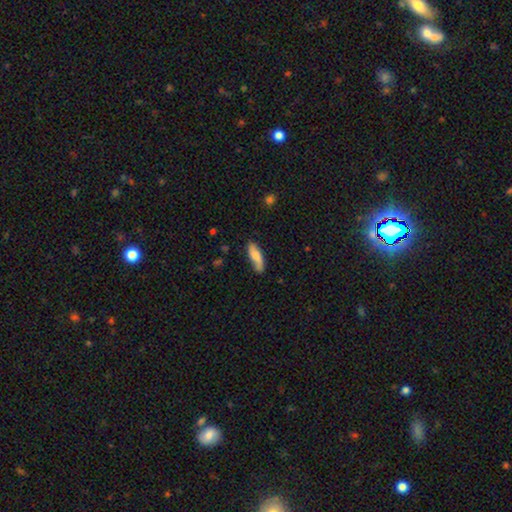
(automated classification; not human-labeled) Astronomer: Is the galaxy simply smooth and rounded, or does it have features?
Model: smooth — 65%.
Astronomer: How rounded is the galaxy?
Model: in between — 58% (runner-up: cigar-shaped, 40%).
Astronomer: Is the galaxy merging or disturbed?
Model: none — 68%.